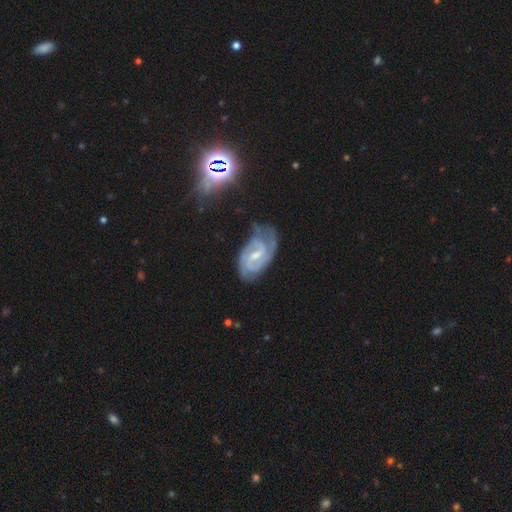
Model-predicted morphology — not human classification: Overall: featured or disk (86%). Edge-on disk: no (97%). Bar: weak (60%; strong 22%). Spiral arms: yes (96%). Spiral arm count: 2 (67%). Spiral winding: tight (47%; medium 42%). Bulge size: small (55%; moderate 38%). Merging: none (57%; minor disturbance 28%).